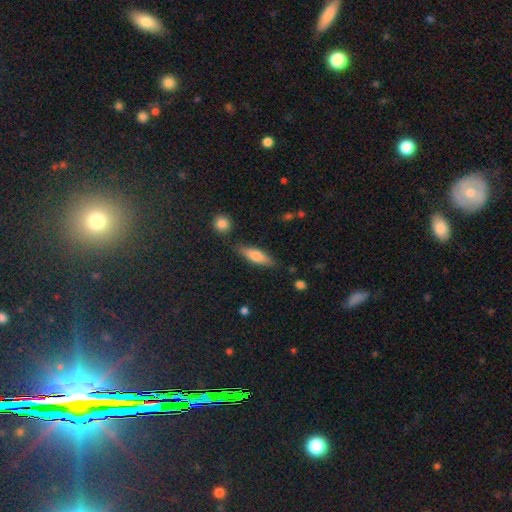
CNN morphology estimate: This appears to be a smooth galaxy with no disk features (67%) that is cigar-shaped (53%). Merging: none (81%).